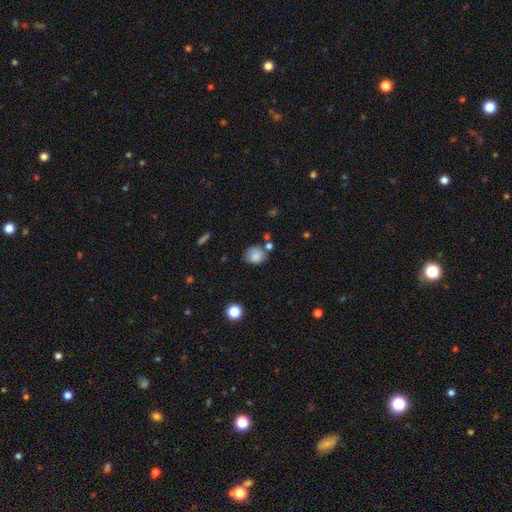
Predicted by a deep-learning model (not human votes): A smooth galaxy with no disk features (83%) that is round (67%). Merging: none (60%).